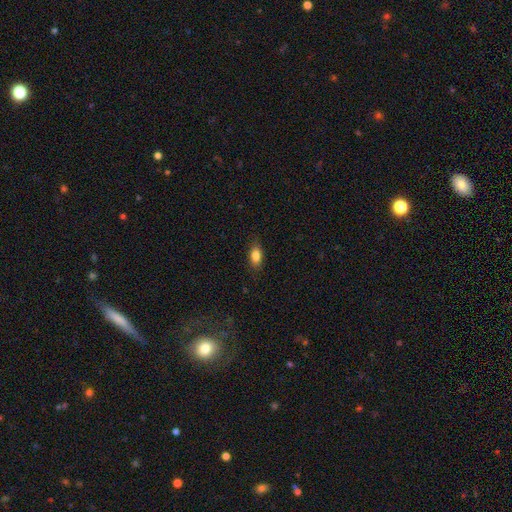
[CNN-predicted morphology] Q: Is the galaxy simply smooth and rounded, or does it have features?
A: smooth — 84%.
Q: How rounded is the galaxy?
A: in between — 85%.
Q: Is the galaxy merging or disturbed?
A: none — 84%.